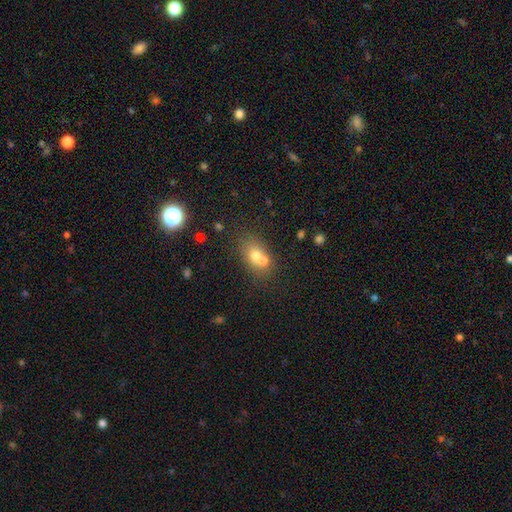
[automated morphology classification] This is likely a smooth galaxy (66%). How rounded: possibly in between (53%). Merging: possibly merger (49%).